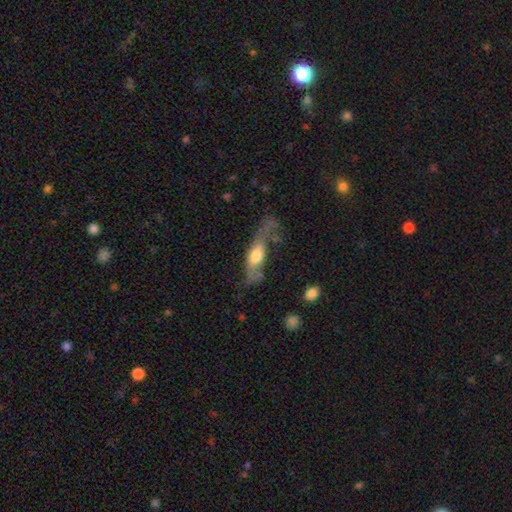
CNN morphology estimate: Smooth or featured? Predicted: smooth (p=0.50). Merging? Predicted: major disturbance (p=0.39).